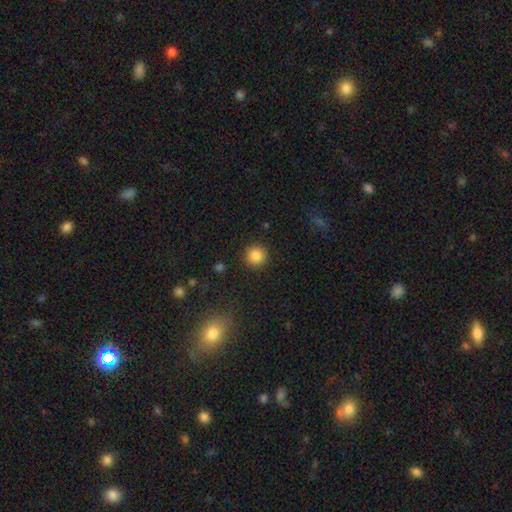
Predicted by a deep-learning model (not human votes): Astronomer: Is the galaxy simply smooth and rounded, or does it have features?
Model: smooth — 85%.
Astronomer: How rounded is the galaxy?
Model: round — 95%.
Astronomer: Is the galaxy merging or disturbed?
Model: none — 91%.